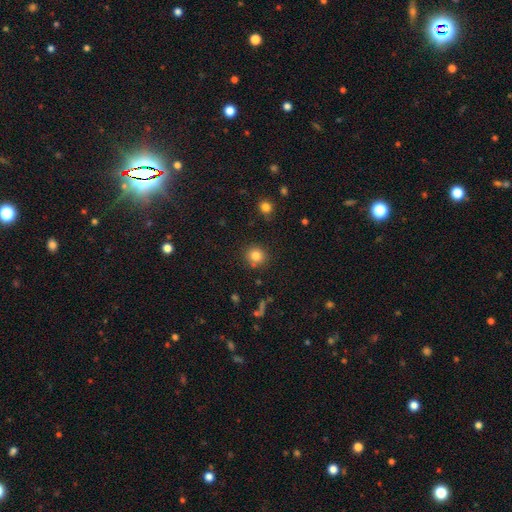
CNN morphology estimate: Smooth or featured?
  - smooth: 82% *
  - star or artifact: 11%
  - featured or disk: 6%
How rounded?
  - round: 88% *
  - in between: 11%
  - cigar-shaped: 1%
Merging?
  - none: 82% *
  - minor disturbance: 10%
  - merger: 5%
  - major disturbance: 3%